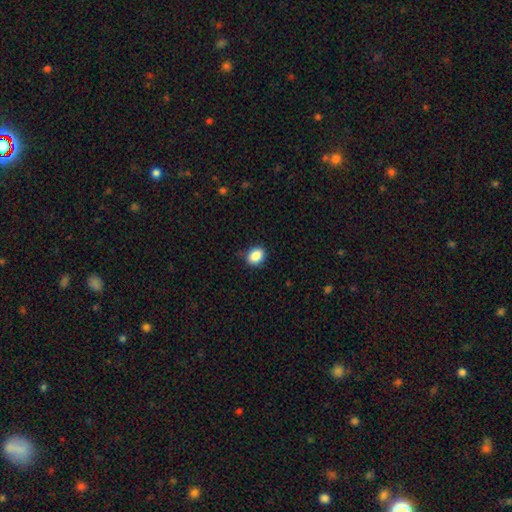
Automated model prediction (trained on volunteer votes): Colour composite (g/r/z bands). It shows a smooth galaxy with no disk features (87%) that is in between round and cigar-shaped (60%). Merging: none (84%).